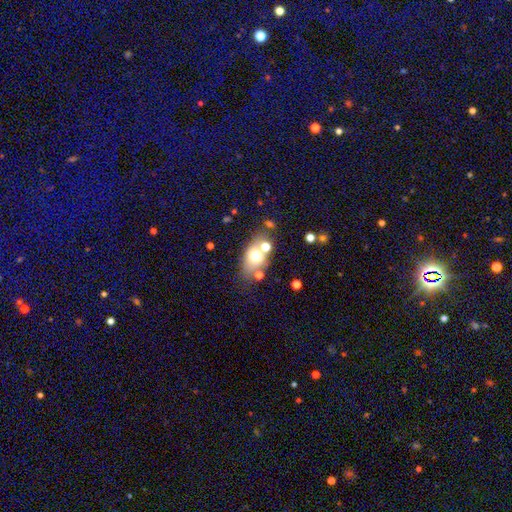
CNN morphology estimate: This appears to be a smooth galaxy with no disk features (65%) that is in between round and cigar-shaped (74%). Merging: none (61%).